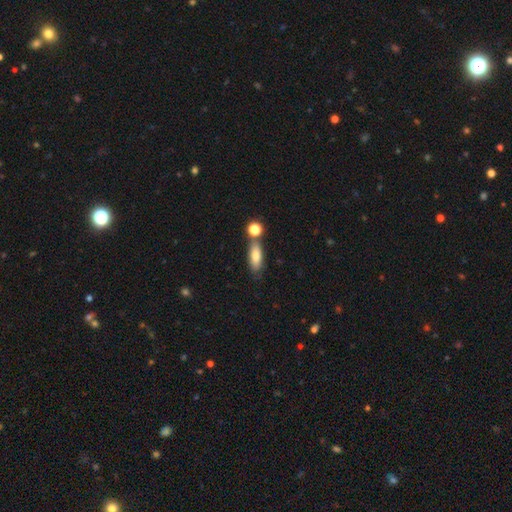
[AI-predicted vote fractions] The model was most divided on "how rounded": in between: 64%, cigar-shaped: 31%, round: 4%. More confident: smooth or featured — smooth (78%); merging — none (62%).